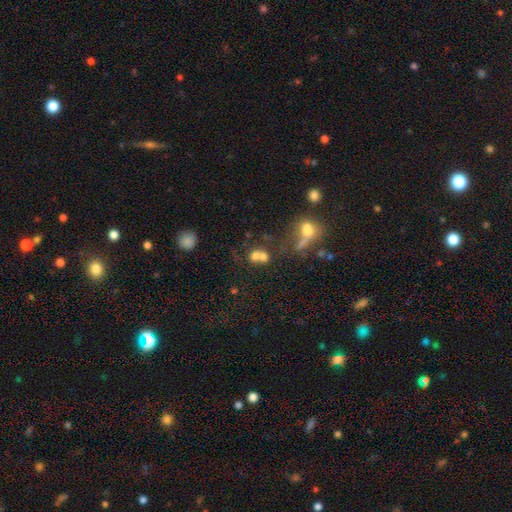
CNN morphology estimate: This is likely a smooth galaxy (65%). How rounded: likely round (71%). Merging: possibly merger (58%).